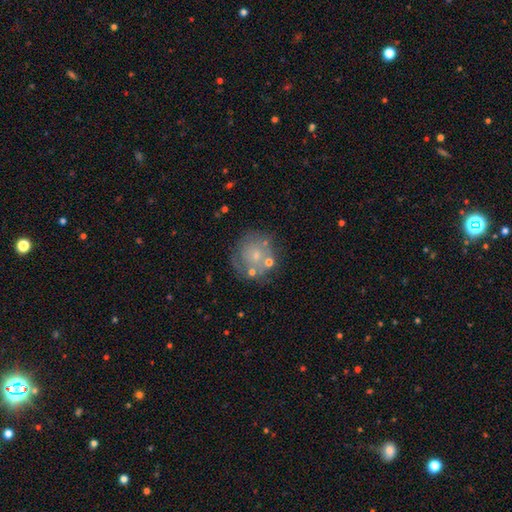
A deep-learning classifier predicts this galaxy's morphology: A smooth galaxy with no disk features (46%). Merging: none (61%).